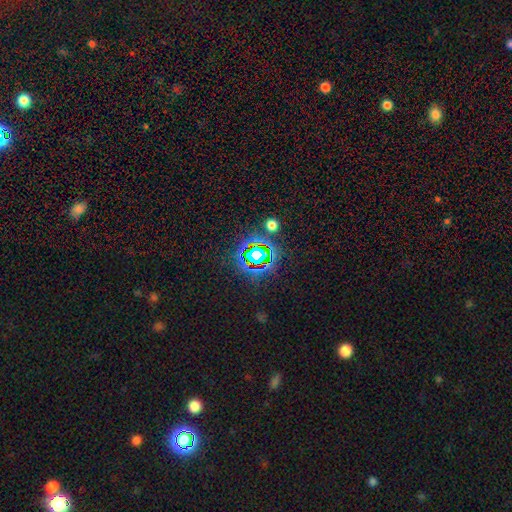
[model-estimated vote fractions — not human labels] smooth_or_featured: star or artifact (p=0.67) [alt: smooth p=0.21]